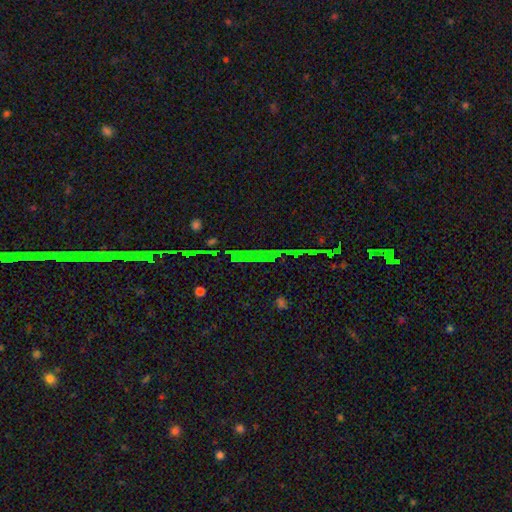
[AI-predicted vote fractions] A star or artifact, not a galaxy (79%).

Vote fractions:
- Smooth or featured? star or artifact: 79% / featured or disk: 12% / smooth: 9%